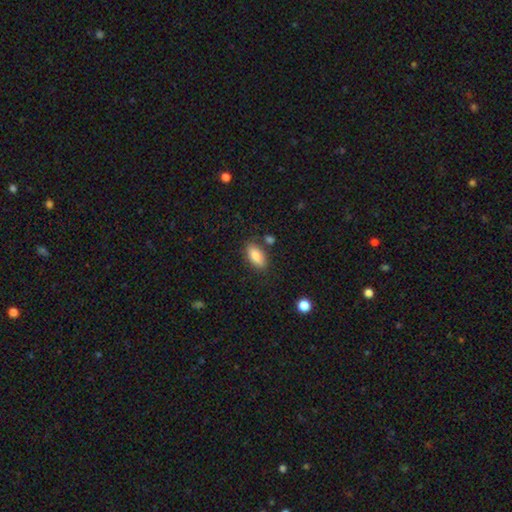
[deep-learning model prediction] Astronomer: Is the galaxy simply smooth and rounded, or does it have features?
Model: smooth — 81%.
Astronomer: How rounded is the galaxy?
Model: in between — 85%.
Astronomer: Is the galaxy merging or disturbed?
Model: none — 79%.